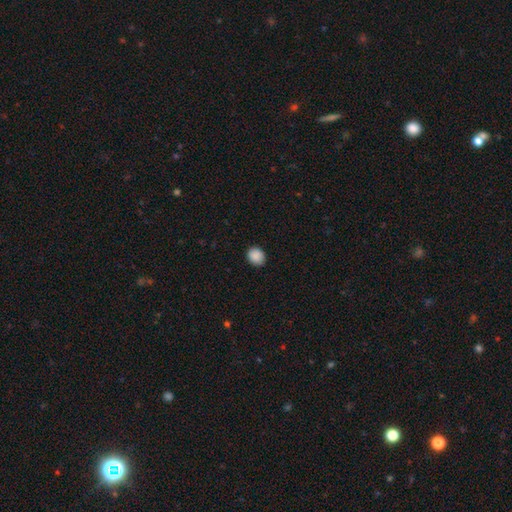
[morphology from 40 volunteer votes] A smooth galaxy with no disk features (98%) that is round (54%). Merging: none (85%).